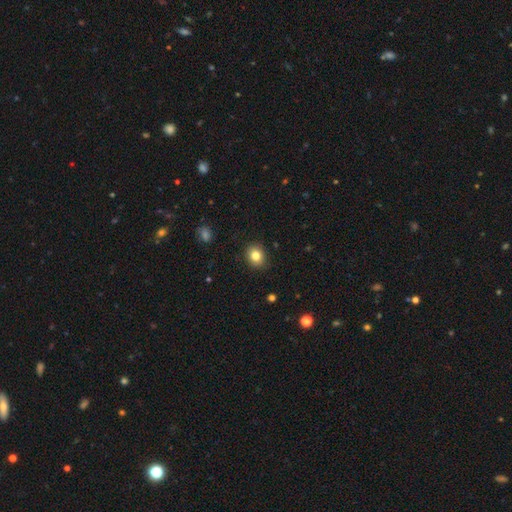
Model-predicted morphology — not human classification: A smooth galaxy with no disk features (82%) that is round (64%). Merging: none (88%).